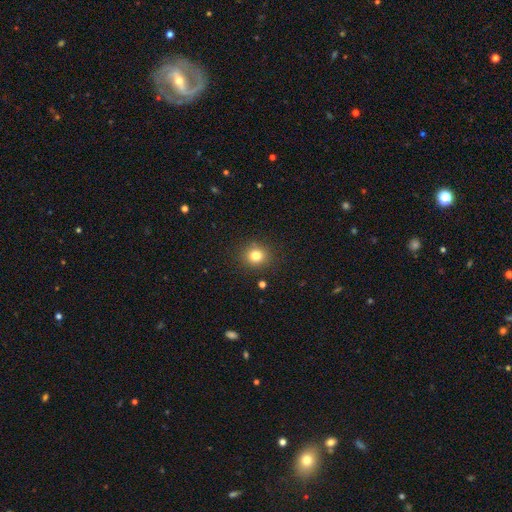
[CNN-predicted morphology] smooth_or_featured: smooth (p=0.80) [alt: star or artifact p=0.13]
how_rounded: round (p=0.85) [alt: in between p=0.14]
merging: none (p=0.88) [alt: minor disturbance p=0.08]